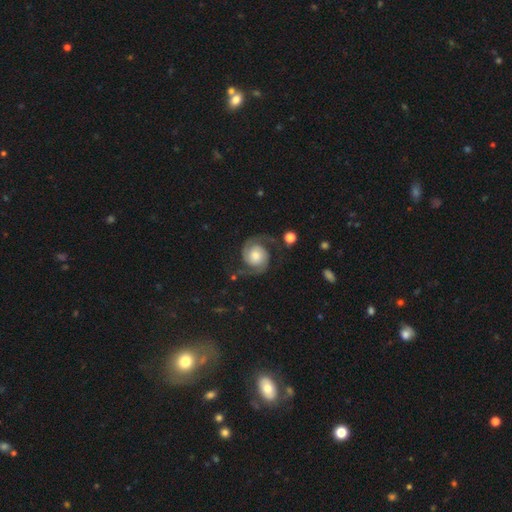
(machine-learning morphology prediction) smooth_or_featured: featured or disk (p=0.87) [alt: smooth p=0.07]
disk_edge_on: no (p=0.98) [alt: yes p=0.02]
bar: no (p=0.73) [alt: weak p=0.22]
has_spiral_arms: yes (p=0.98) [alt: no p=0.02]
spiral_winding: medium (p=0.50) [alt: tight p=0.32]
spiral_arm_count: 2 (p=0.94) [alt: can't tell p=0.02]
bulge_size: moderate (p=0.49) [alt: large p=0.22]
merging: none (p=0.75) [alt: minor disturbance p=0.14]